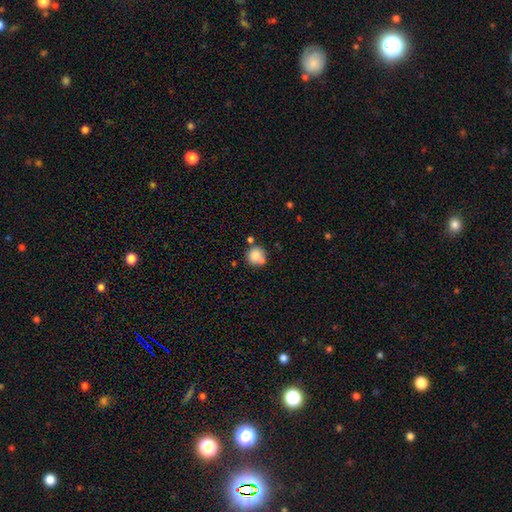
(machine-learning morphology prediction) smooth_or_featured: smooth (p=0.81) [alt: star or artifact p=0.10]
how_rounded: round (p=0.91) [alt: in between p=0.09]
merging: none (p=0.60) [alt: merger p=0.24]